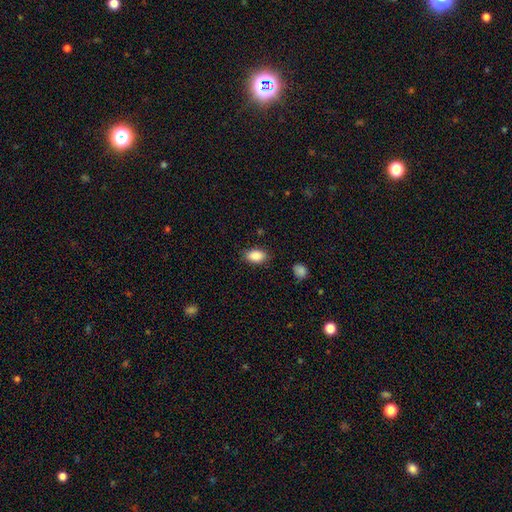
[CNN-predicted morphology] Smooth or featured? smooth (88%)
How rounded? in between (89%)
Merging? none (83%)